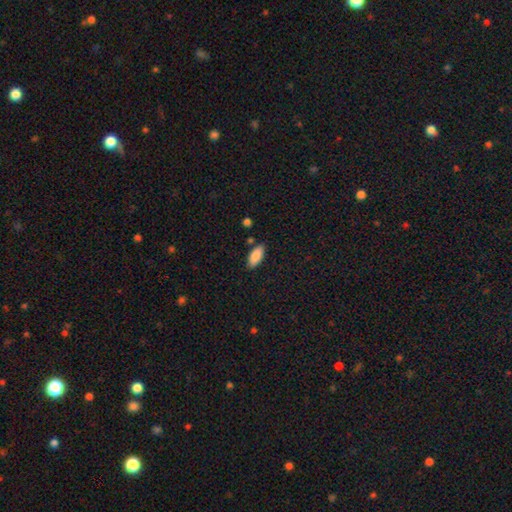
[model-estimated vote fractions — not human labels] Overall: smooth (87%). How rounded: in between (88%). Merging: none (82%).